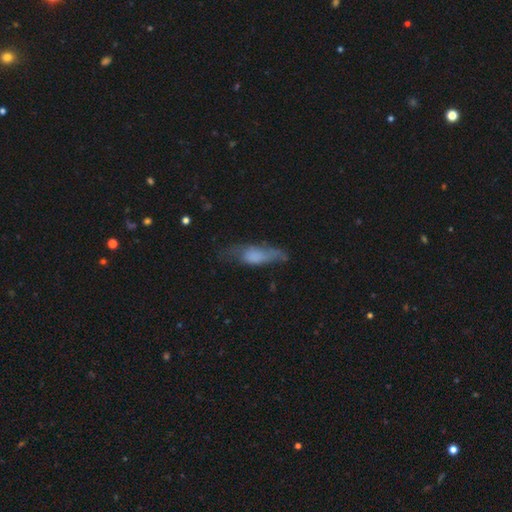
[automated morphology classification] smooth_or_featured: smooth (p=0.62) [alt: featured or disk p=0.29]
how_rounded: in between (p=0.51) [alt: cigar-shaped p=0.46]
merging: none (p=0.43) [alt: minor disturbance p=0.32]